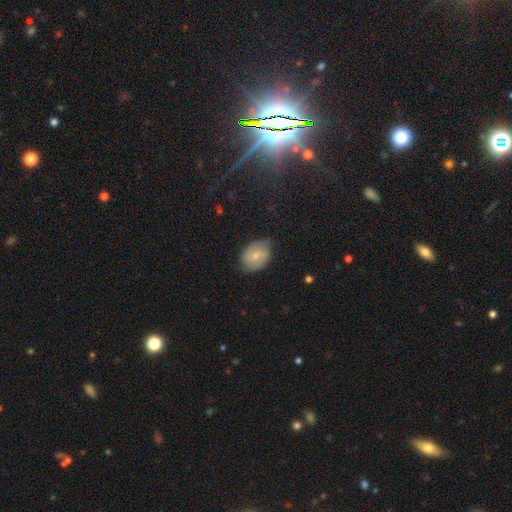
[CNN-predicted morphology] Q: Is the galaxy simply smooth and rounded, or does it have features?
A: smooth — 48%.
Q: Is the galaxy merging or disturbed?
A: none — 72%.